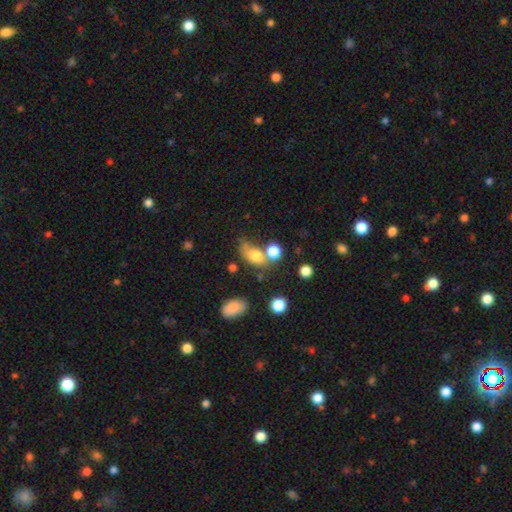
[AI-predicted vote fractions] smooth-or-featured: smooth: 75% | featured or disk: 13% | star or artifact: 12%
  how-rounded: in between: 75% | round: 21% | cigar-shaped: 4%
  merging: none: 40% | merger: 27% | minor disturbance: 20% | major disturbance: 12%